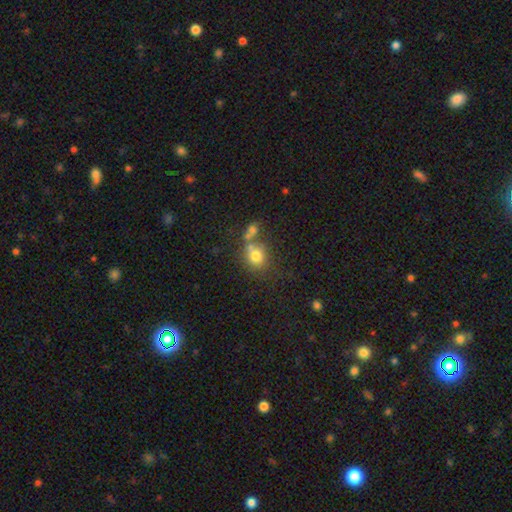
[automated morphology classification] A smooth galaxy with no disk features (75%) that is round (73%).

Vote fractions:
- Smooth or featured? smooth: 75% / star or artifact: 13% / featured or disk: 12%
- How rounded? round: 73% / in between: 26% / cigar-shaped: 1%
- Merging? none: 51% / merger: 30% / minor disturbance: 13% / major disturbance: 6%